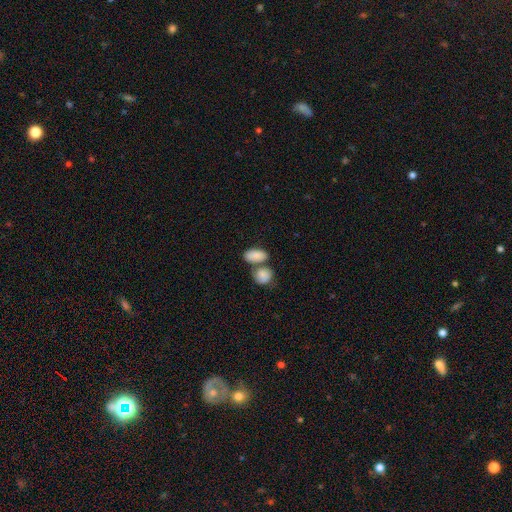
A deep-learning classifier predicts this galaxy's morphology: Q: Smooth or featured?
A: smooth (85%); runner-up: featured or disk (8%)
Q: How rounded?
A: in between (89%); runner-up: round (8%)
Q: Merging?
A: merger (45%); runner-up: none (39%)